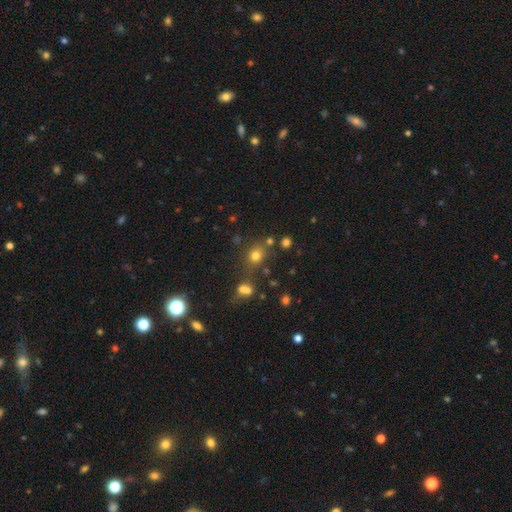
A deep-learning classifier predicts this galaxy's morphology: This appears to be a smooth galaxy with no disk features (71%) that is round (71%). Merging: none (69%).